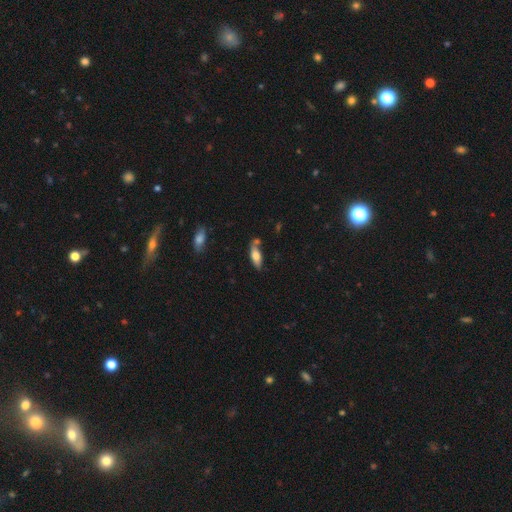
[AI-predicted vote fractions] Smooth or featured? Predicted: smooth (p=0.69). How rounded? Predicted: in between (p=0.70). Merging? Predicted: none (p=0.62).